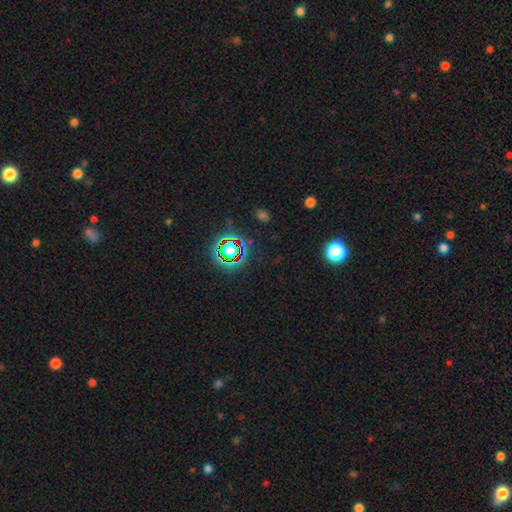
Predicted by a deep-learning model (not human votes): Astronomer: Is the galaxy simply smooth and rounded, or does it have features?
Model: star or artifact — 73%.